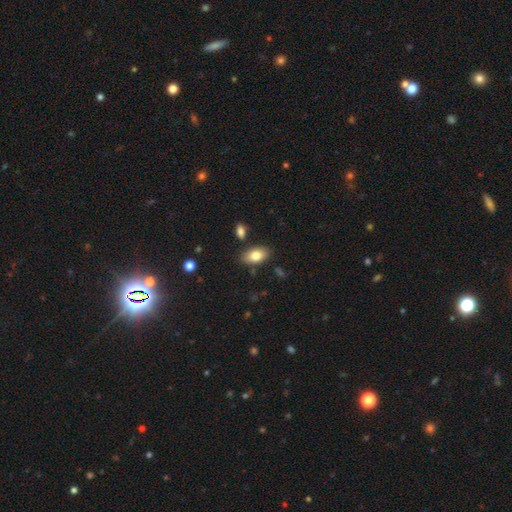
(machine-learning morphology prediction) This appears to be a smooth galaxy with no disk features (81%) that is in between round and cigar-shaped (93%). Merging: none (83%).